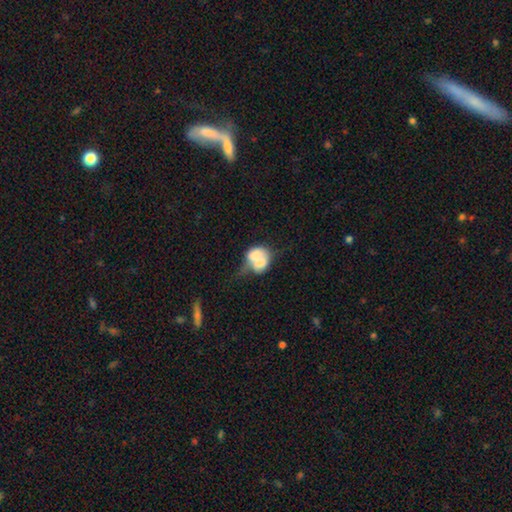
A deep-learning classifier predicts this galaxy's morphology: A smooth galaxy with no disk features (65%) that is in between round and cigar-shaped (58%).

Vote fractions:
- Smooth or featured? smooth: 65% / featured or disk: 27% / star or artifact: 8%
- How rounded? in between: 58% / round: 41% / cigar-shaped: 1%
- Merging? merger: 67% / none: 14% / major disturbance: 9% / minor disturbance: 9%